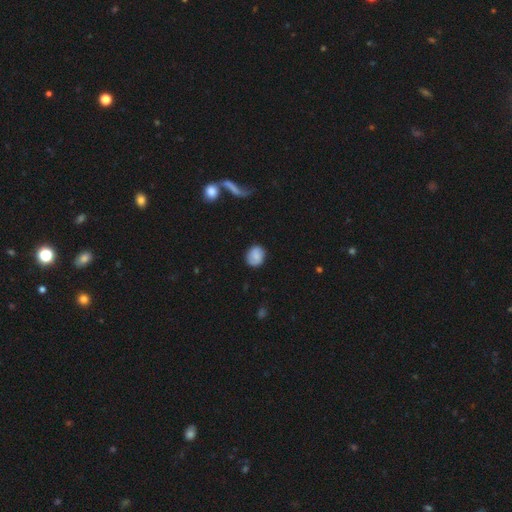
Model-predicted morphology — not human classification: Smooth or featured? smooth (75%)
How rounded? round (61%)
Merging? none (79%)